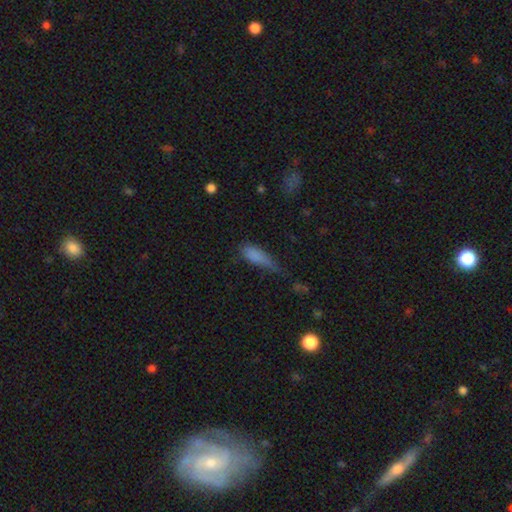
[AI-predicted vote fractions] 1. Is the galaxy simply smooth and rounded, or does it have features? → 79% smooth, 11% star or artifact, 11% featured or disk.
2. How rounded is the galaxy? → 63% in between, 33% cigar-shaped, 3% round.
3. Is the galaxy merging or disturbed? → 41% minor disturbance, 28% none, 26% major disturbance, 5% merger.